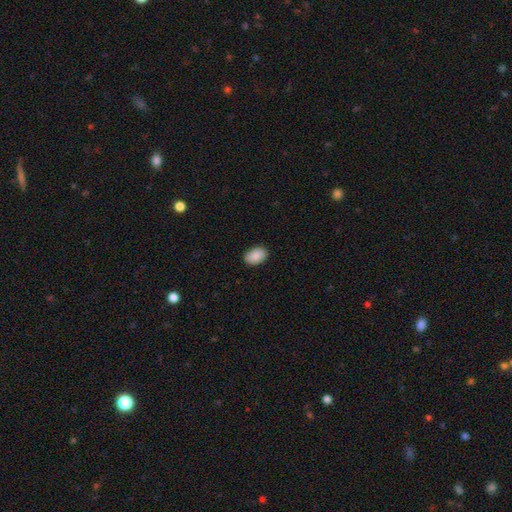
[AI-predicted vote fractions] Smooth or featured? Predicted: smooth (p=0.87). How rounded? Predicted: in between (p=0.84). Merging? Predicted: none (p=0.88).